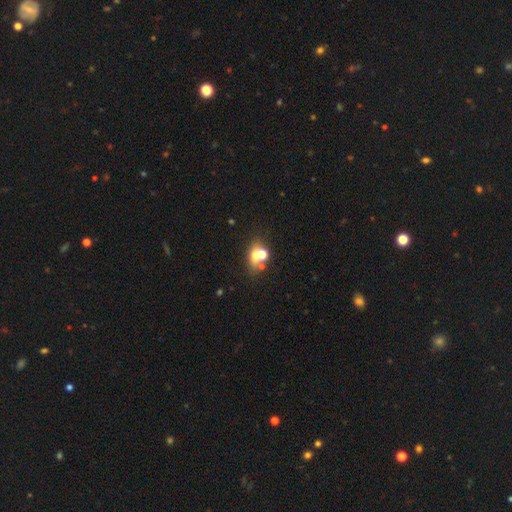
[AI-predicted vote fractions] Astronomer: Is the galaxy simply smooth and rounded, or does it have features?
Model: smooth — 55%.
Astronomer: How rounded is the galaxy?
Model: in between — 51% (runner-up: round, 45%).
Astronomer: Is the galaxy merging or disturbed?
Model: none — 42% (runner-up: merger, 41%).